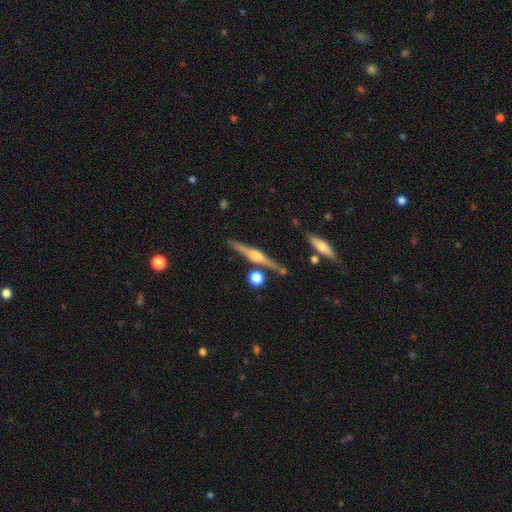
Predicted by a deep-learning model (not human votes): Smooth or featured?
  - featured or disk: 78% *
  - smooth: 16%
  - star or artifact: 6%
Edge-on disk?
  - yes: 98% *
  - no: 2%
Edge-on bulge?
  - rounded: 86% *
  - boxy: 11%
  - none: 4%
Merging?
  - none: 84% *
  - minor disturbance: 9%
  - merger: 5%
  - major disturbance: 2%